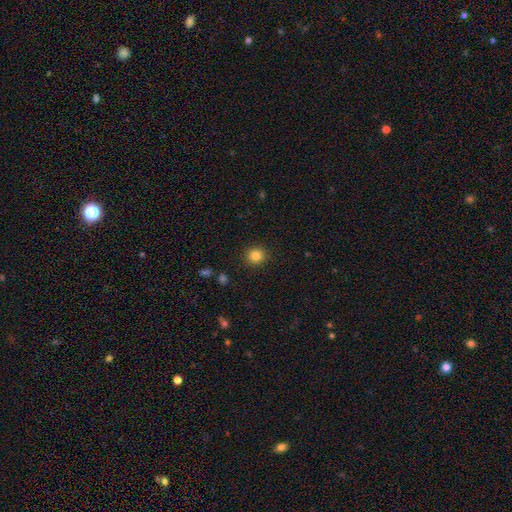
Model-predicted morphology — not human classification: Smooth or featured? Predicted: smooth (p=0.84). How rounded? Predicted: round (p=0.91). Merging? Predicted: none (p=0.92).